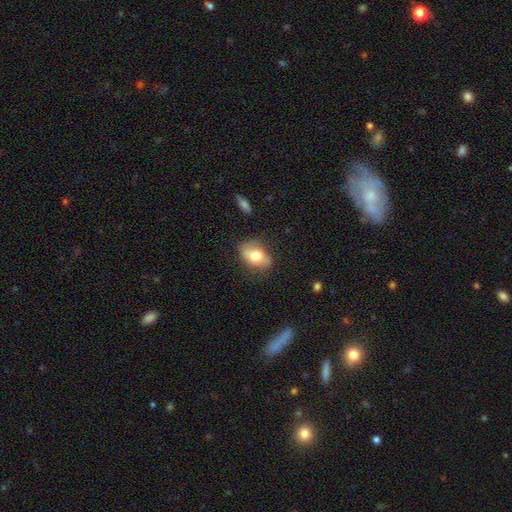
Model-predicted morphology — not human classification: smooth_or_featured: smooth (p=0.65) [alt: featured or disk p=0.28]
how_rounded: in between (p=0.83) [alt: round p=0.15]
merging: none (p=0.68) [alt: minor disturbance p=0.23]